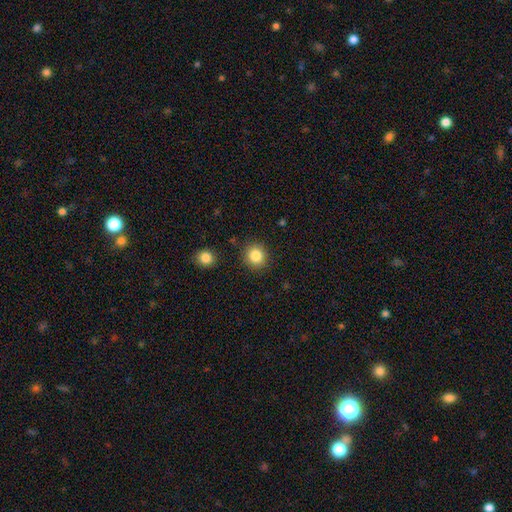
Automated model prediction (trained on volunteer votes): Q: Smooth or featured?
A: smooth (85%); runner-up: star or artifact (9%)
Q: How rounded?
A: round (86%); runner-up: in between (13%)
Q: Merging?
A: none (88%); runner-up: minor disturbance (7%)